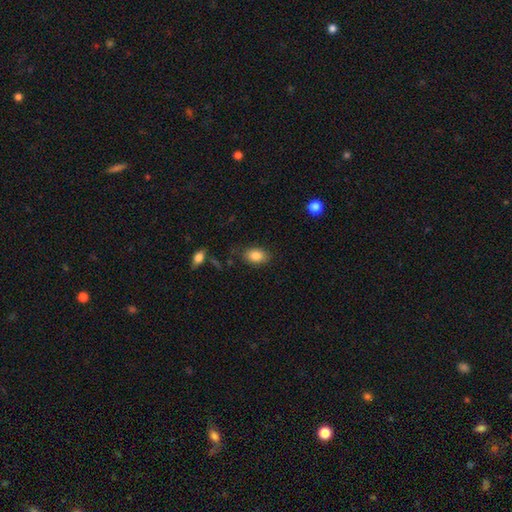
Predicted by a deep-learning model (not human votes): Smooth or featured? Predicted: smooth (p=0.85). How rounded? Predicted: in between (p=0.84). Merging? Predicted: none (p=0.82).